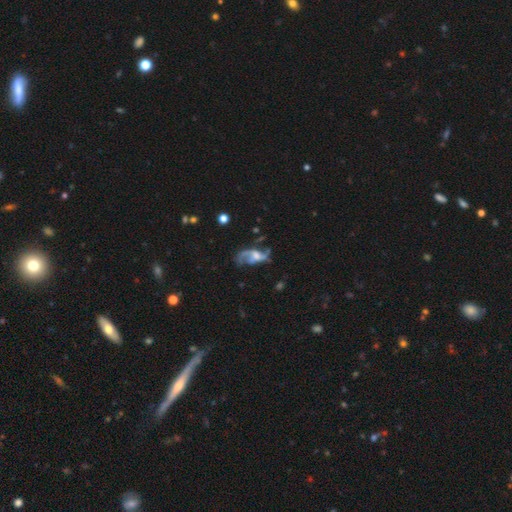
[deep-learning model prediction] Overall: featured or disk (75%). Edge-on disk: no (94%). Bar: no (53%; weak 36%). Spiral arms: yes (83%). Spiral arm count: 2 (66%). Spiral winding: loose (63%; medium 29%). Bulge size: moderate (45%; small 27%). Merging: none (40%; major disturbance 34%).